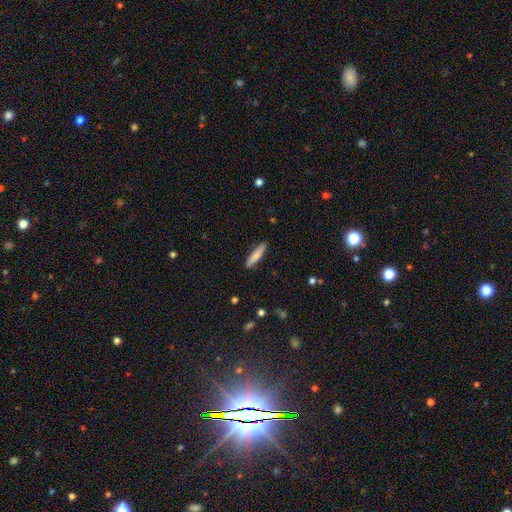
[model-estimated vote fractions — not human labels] smooth_or_featured: smooth (p=0.78) [alt: featured or disk p=0.17]
how_rounded: cigar-shaped (p=0.83) [alt: in between p=0.16]
merging: none (p=0.89) [alt: minor disturbance p=0.08]